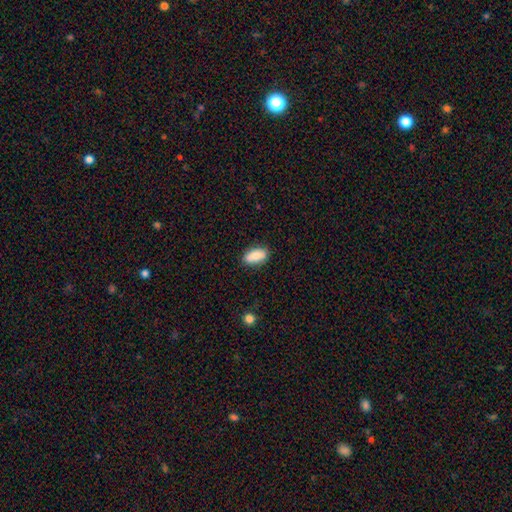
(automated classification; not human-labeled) smooth 82%, featured or disk 11%, star or artifact 7%. Down the decision tree: how rounded — in between (89%); merging — none (85%).